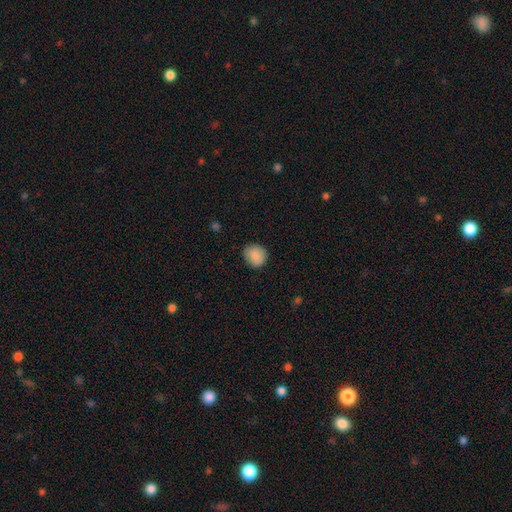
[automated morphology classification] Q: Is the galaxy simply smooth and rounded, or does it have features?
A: smooth — 88%.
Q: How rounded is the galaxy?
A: round — 82%.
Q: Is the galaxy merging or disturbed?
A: none — 83%.